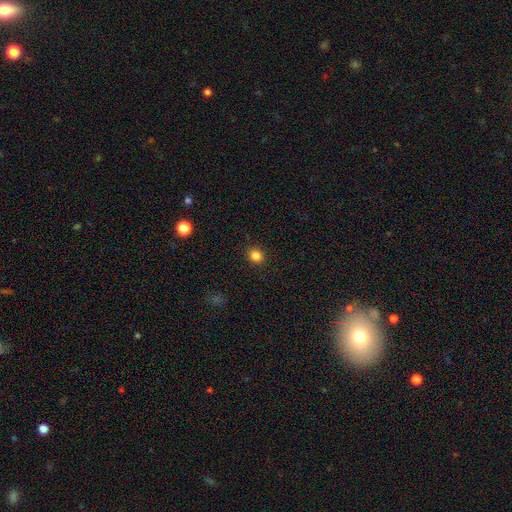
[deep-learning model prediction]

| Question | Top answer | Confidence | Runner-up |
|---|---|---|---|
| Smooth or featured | smooth | 83% | star or artifact (12%) |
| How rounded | round | 76% | in between (23%) |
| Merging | none | 91% | minor disturbance (6%) |